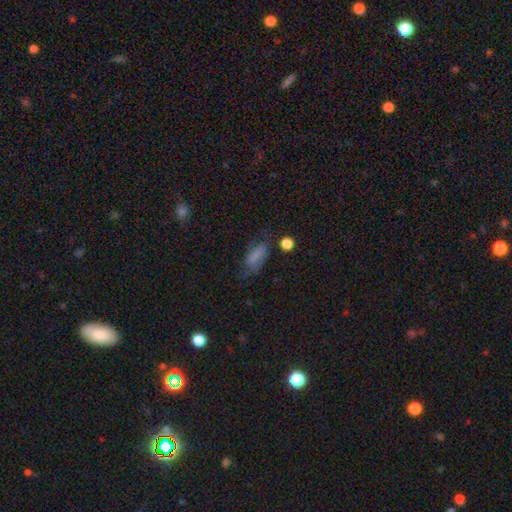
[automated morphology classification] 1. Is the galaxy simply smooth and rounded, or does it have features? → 61% smooth, 27% featured or disk, 13% star or artifact.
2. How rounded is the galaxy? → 82% in between, 12% cigar-shaped, 6% round.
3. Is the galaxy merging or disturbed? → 51% none, 27% minor disturbance, 18% major disturbance, 4% merger.